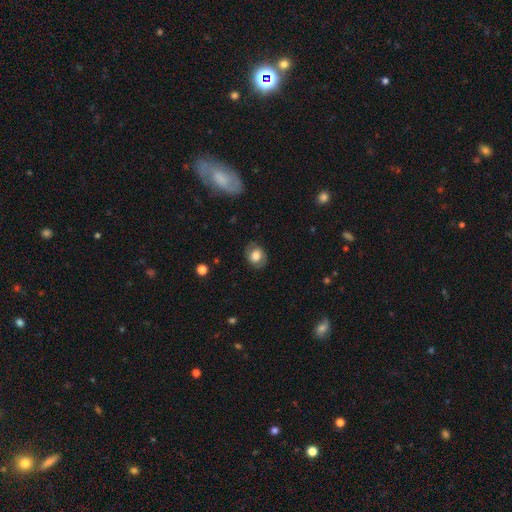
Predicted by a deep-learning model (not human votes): Smooth or featured: smooth — 63% (featured or disk — 28%)
How rounded: round — 52% (in between — 47%)
Merging: none — 78% (minor disturbance — 15%)